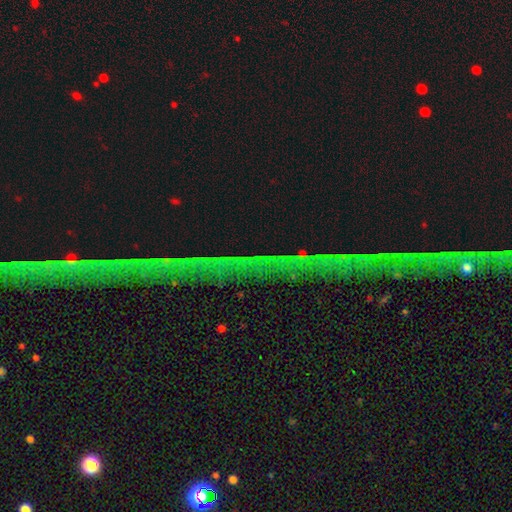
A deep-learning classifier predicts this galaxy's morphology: This appears to be a star or artifact, not a galaxy (76%).